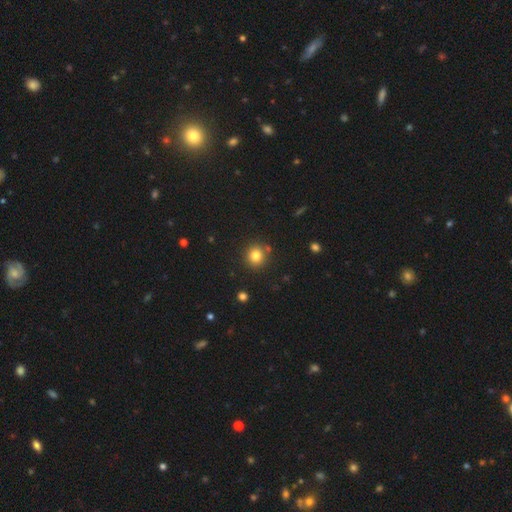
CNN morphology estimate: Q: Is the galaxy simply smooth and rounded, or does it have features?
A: smooth — 80%.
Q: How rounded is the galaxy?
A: round — 91%.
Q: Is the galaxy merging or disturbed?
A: none — 85%.